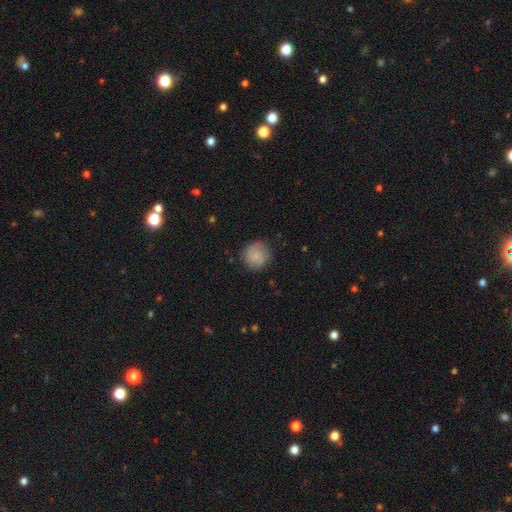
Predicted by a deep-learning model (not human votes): Smooth or featured?
  - smooth: 74% *
  - featured or disk: 18%
  - star or artifact: 8%
How rounded?
  - round: 92% *
  - in between: 7%
  - cigar-shaped: 1%
Merging?
  - none: 82% *
  - minor disturbance: 14%
  - major disturbance: 4%
  - merger: 1%